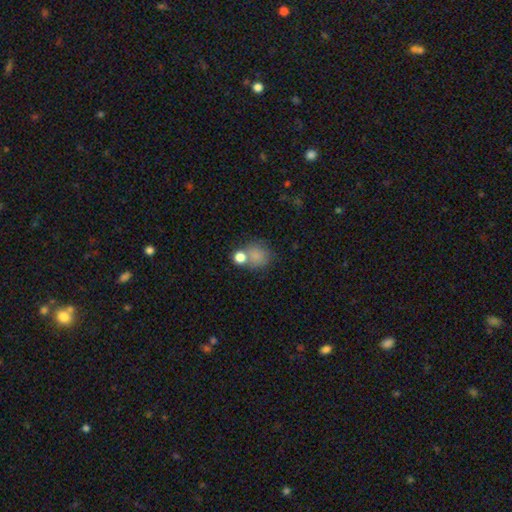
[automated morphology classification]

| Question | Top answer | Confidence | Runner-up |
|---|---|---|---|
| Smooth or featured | smooth | 78% | star or artifact (14%) |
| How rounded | round | 78% | in between (21%) |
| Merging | none | 53% | merger (26%) |